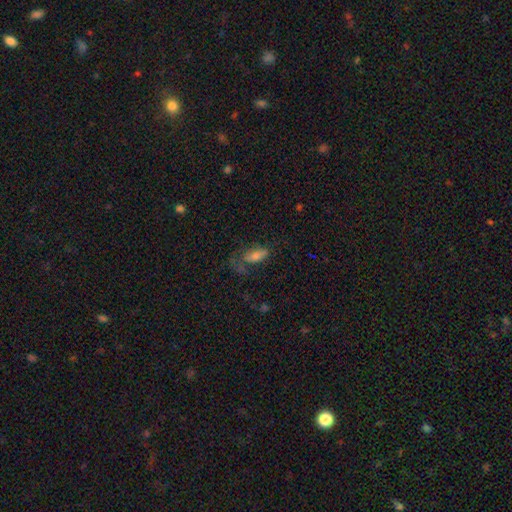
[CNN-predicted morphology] This appears to be a smooth galaxy with no disk features (62%) that is in between round and cigar-shaped (80%). Merging: none (42%).